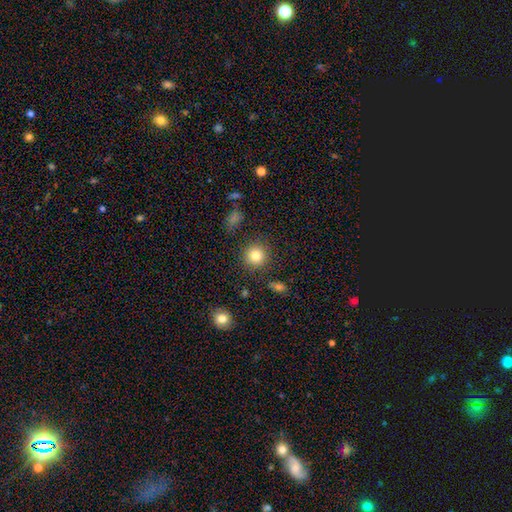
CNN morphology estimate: A smooth galaxy with no disk features (82%) that is round (93%). Merging: none (88%).